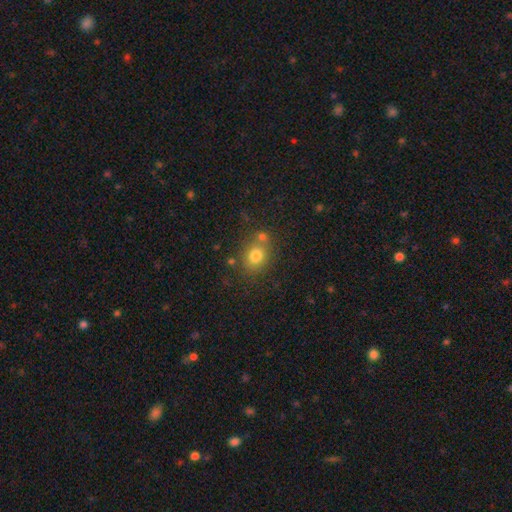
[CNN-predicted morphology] The model was most divided on "how rounded": round: 58%, in between: 41%, cigar-shaped: 1%. More confident: smooth or featured — smooth (77%); merging — none (65%).